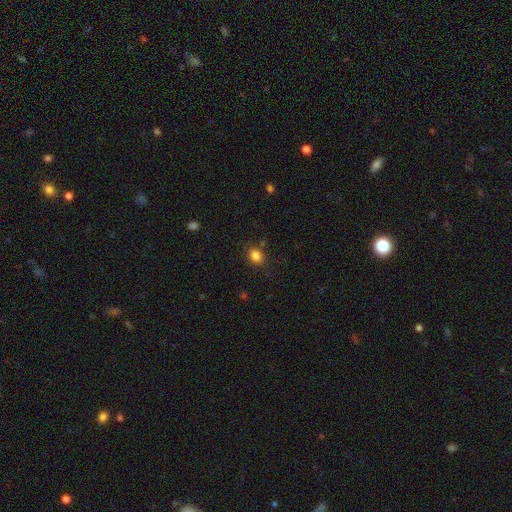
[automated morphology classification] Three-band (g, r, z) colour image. It shows a smooth galaxy with no disk features (83%) that is round (58%). Merging: none (81%).